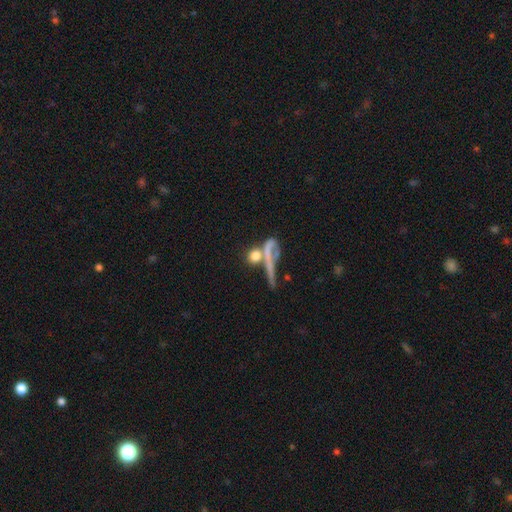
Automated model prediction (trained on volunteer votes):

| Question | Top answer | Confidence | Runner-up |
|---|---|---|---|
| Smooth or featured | smooth | 60% | featured or disk (27%) |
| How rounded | round | 61% | cigar-shaped (20%) |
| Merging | none | 42% | merger (34%) |